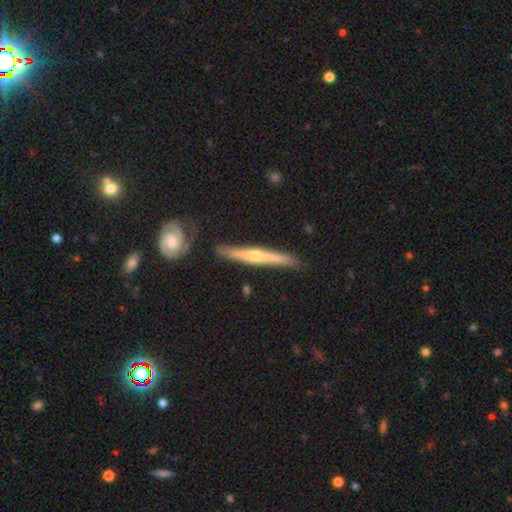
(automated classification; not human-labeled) featured or disk 73%, smooth 22%, star or artifact 5%. Down the decision tree: edge-on disk — yes (96%); edge-on bulge — rounded (85%); merging — none (85%).